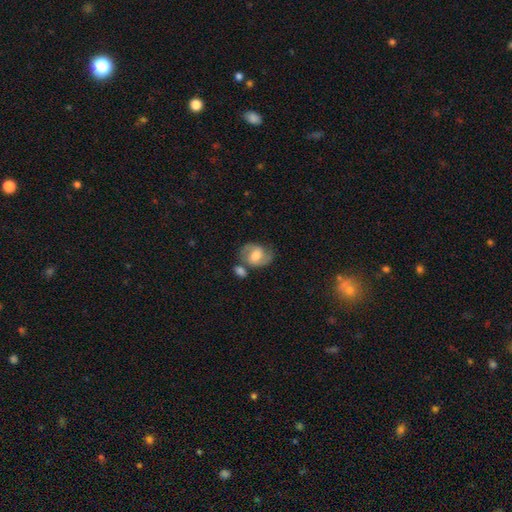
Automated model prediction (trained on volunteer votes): smooth_or_featured: featured or disk (p=0.61) [alt: smooth p=0.32]
disk_edge_on: no (p=0.97) [alt: yes p=0.03]
bar: weak (p=0.46) [alt: no p=0.39]
has_spiral_arms: yes (p=0.86) [alt: no p=0.14]
spiral_winding: medium (p=0.54) [alt: tight p=0.23]
spiral_arm_count: 2 (p=0.87) [alt: can't tell p=0.07]
bulge_size: moderate (p=0.63) [alt: large p=0.17]
merging: none (p=0.58) [alt: merger p=0.18]